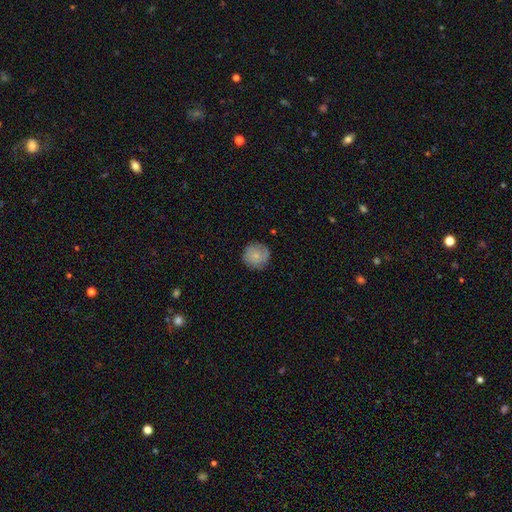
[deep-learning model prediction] A smooth galaxy with no disk features (72%) that is round (93%).

Vote fractions:
- Smooth or featured? smooth: 72% / featured or disk: 21% / star or artifact: 8%
- How rounded? round: 93% / in between: 6% / cigar-shaped: 1%
- Merging? none: 83% / minor disturbance: 12% / major disturbance: 3% / merger: 1%